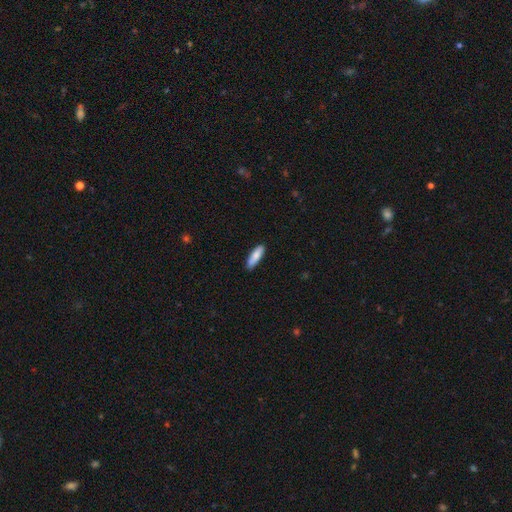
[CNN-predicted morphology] type=smooth (85%); roundness=cigar-shaped (55%); merging=none (84%).